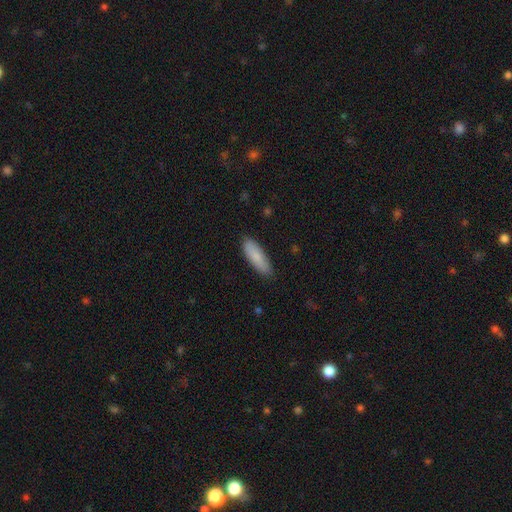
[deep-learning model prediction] A smooth galaxy with no disk features (86%) that is in between round and cigar-shaped (56%). Merging: none (86%).